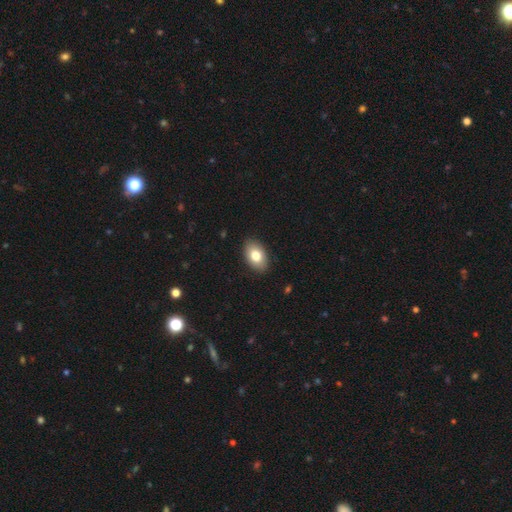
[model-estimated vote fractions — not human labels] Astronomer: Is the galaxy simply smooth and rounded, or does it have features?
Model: smooth — 80%.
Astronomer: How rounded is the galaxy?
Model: in between — 89%.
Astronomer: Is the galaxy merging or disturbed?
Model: none — 89%.